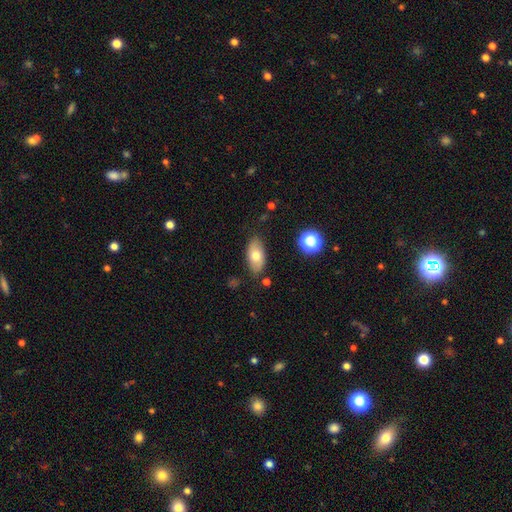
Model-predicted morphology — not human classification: A smooth galaxy with no disk features (70%) that is in between round and cigar-shaped (92%). Merging: none (82%).